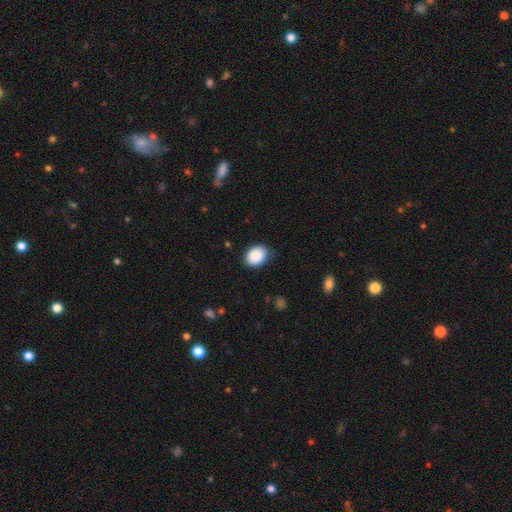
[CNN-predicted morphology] The model was most divided on "how rounded": in between: 69%, round: 30%, cigar-shaped: 1%. More confident: smooth or featured — smooth (89%); merging — none (81%).